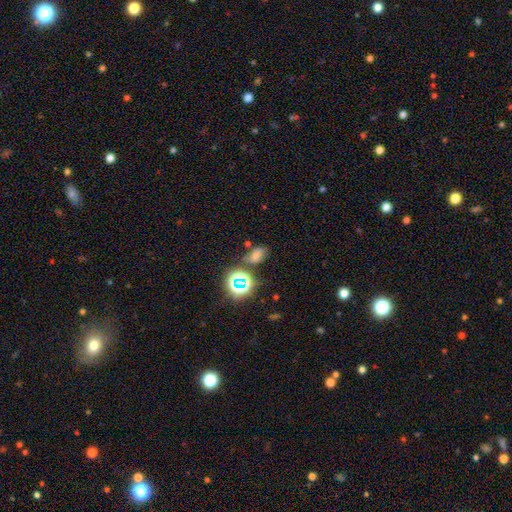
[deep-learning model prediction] This is likely a smooth galaxy (61%). How rounded: clearly in between (82%). Merging: likely none (62%).